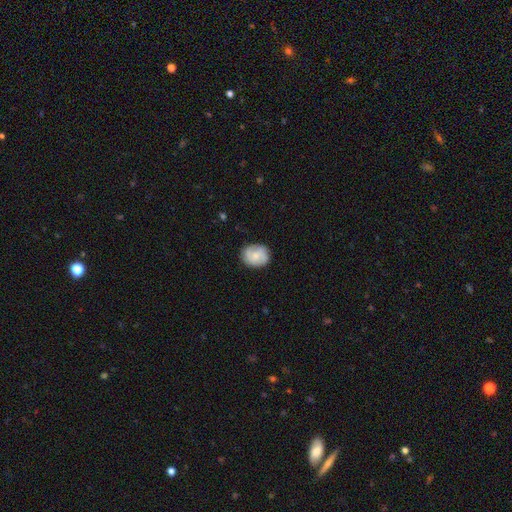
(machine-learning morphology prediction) This is possibly a smooth galaxy (54%). How rounded: likely round (62%). Merging: likely none (79%).